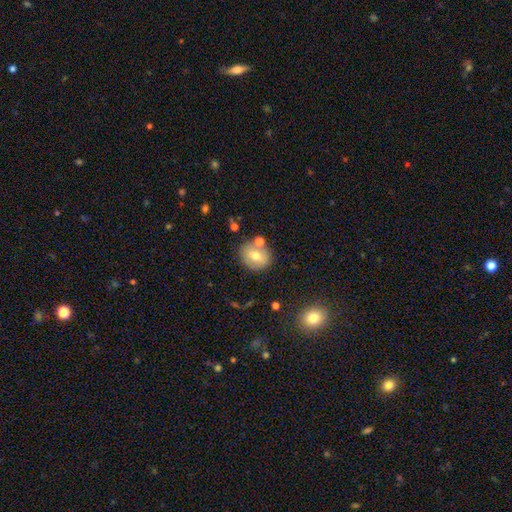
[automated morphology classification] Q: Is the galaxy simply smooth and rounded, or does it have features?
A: smooth — 62%.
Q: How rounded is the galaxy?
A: round — 69%.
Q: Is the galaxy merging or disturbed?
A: none — 71%.